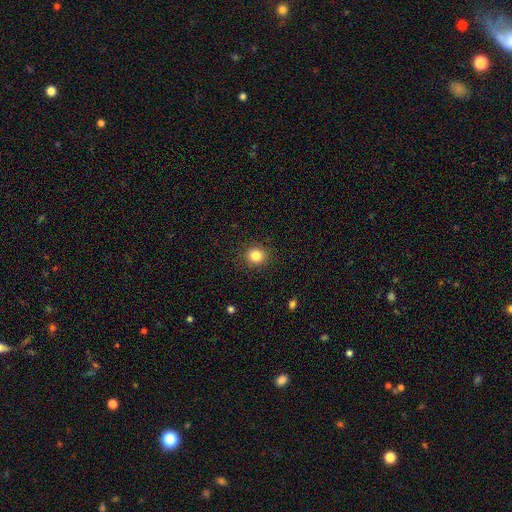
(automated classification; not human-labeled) A smooth galaxy with no disk features (84%) that is round (87%). Merging: none (90%).